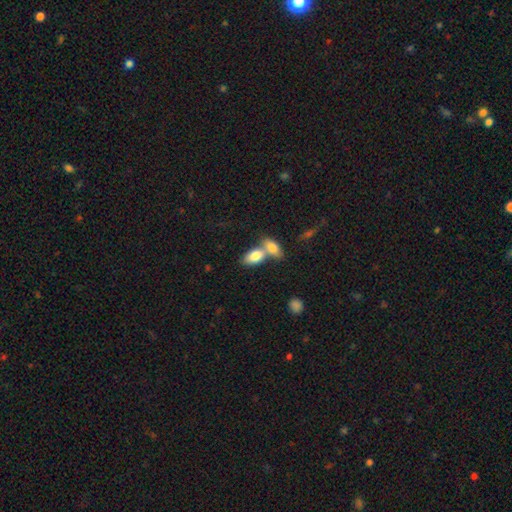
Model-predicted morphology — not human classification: This appears to be a smooth galaxy with no disk features (82%) that is in between round and cigar-shaped (91%). Merging: merger (63%).